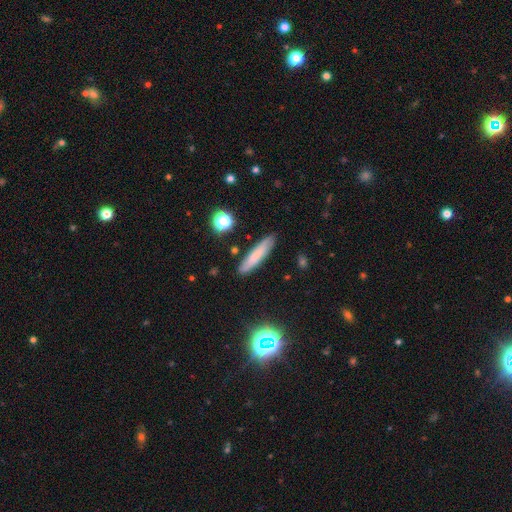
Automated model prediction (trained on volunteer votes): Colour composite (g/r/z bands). It shows a smooth galaxy with no disk features (71%) that is cigar-shaped (86%). Merging: none (87%).